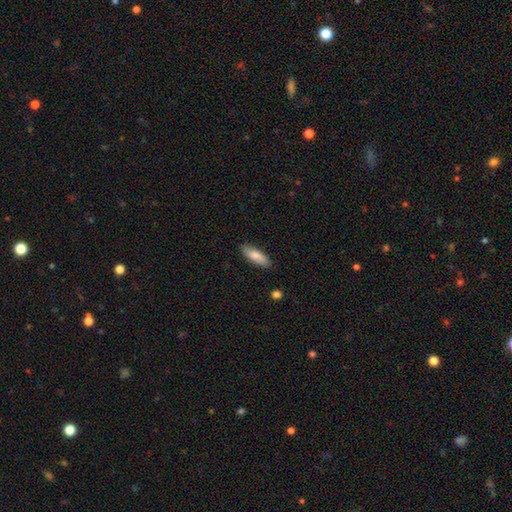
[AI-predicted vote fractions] smooth 81%, featured or disk 13%, star or artifact 6%. Down the decision tree: how rounded — in between (64%); merging — none (84%).